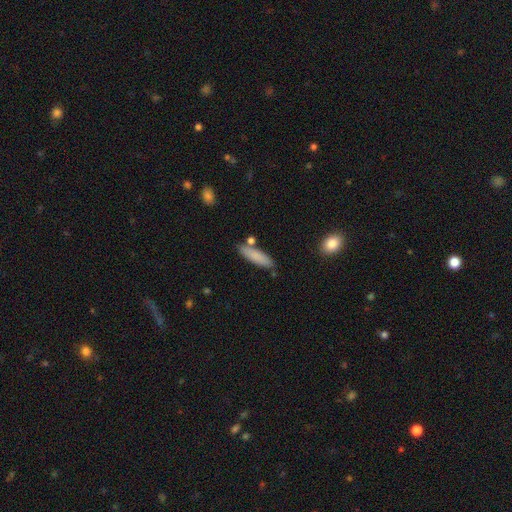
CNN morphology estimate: The model was most divided on "how rounded": cigar-shaped: 68%, in between: 30%, round: 2%. More confident: smooth or featured — smooth (83%); merging — none (77%).